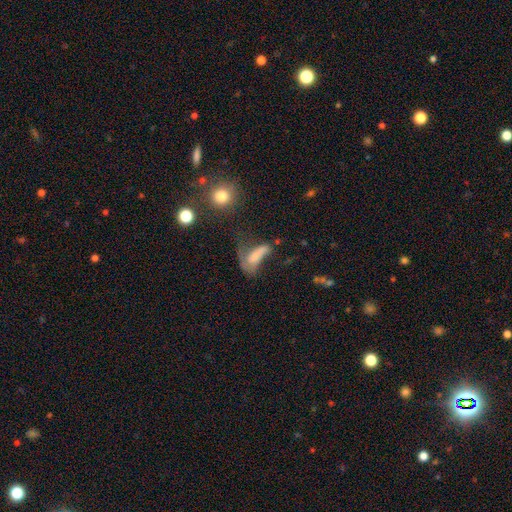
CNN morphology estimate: Overall: smooth (57%; featured or disk 30%). How rounded: in between (65%; cigar-shaped 29%). Merging: major disturbance (47%; none 20%).